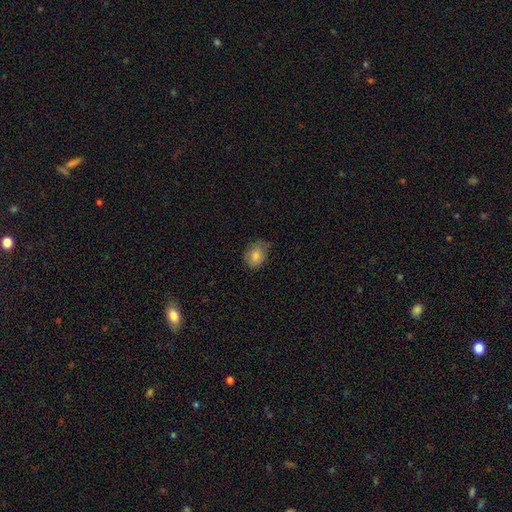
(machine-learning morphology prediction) smooth 79%, featured or disk 12%, star or artifact 10%. Down the decision tree: how rounded — in between (58%); merging — none (68%).